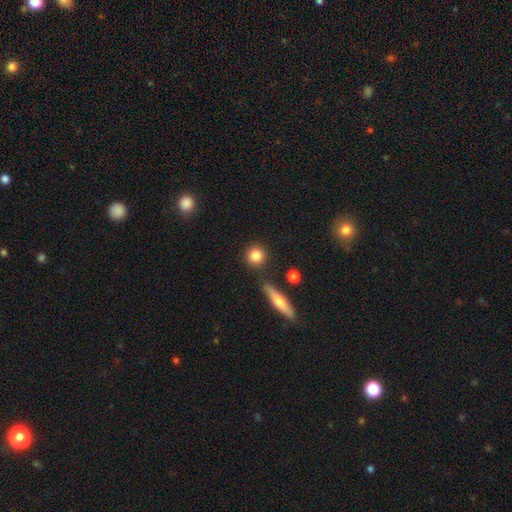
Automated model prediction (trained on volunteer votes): A smooth galaxy with no disk features (84%) that is round (90%). Merging: none (84%).